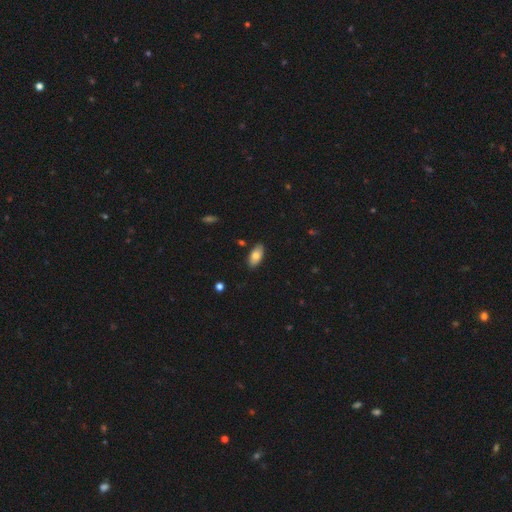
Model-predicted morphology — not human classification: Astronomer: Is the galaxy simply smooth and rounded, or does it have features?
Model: smooth — 80%.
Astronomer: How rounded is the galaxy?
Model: in between — 92%.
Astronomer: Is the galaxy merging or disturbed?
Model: none — 87%.